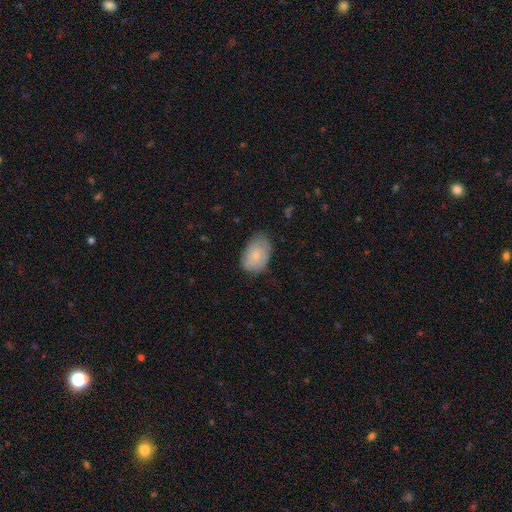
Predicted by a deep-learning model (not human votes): smooth_or_featured: smooth (p=0.73) [alt: featured or disk p=0.20]
how_rounded: in between (p=0.87) [alt: round p=0.11]
merging: none (p=0.69) [alt: minor disturbance p=0.25]